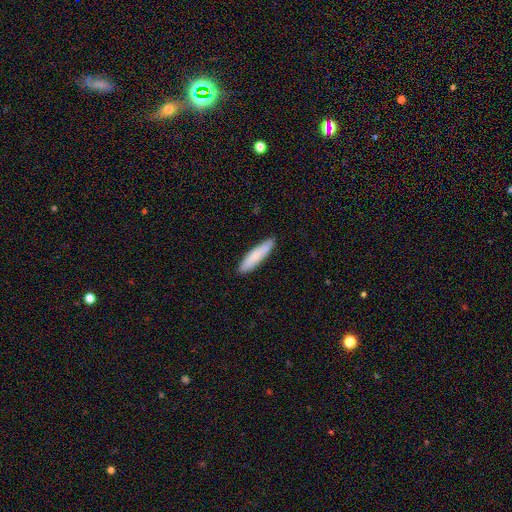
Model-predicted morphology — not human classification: A smooth galaxy with no disk features (77%) that is cigar-shaped (81%). Merging: none (89%).